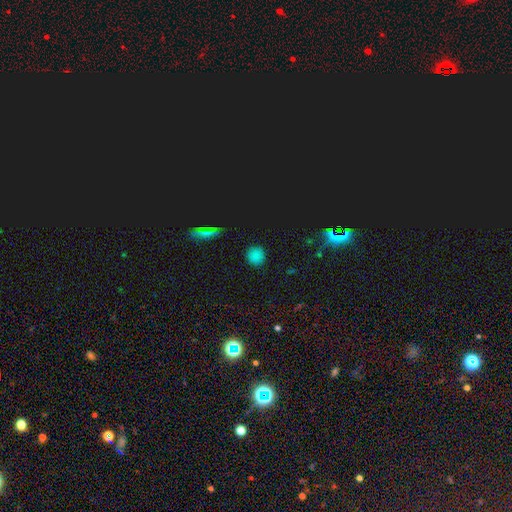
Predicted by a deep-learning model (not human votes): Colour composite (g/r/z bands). It shows a smooth galaxy with no disk features (72%) that is round (92%). Merging: none (90%).